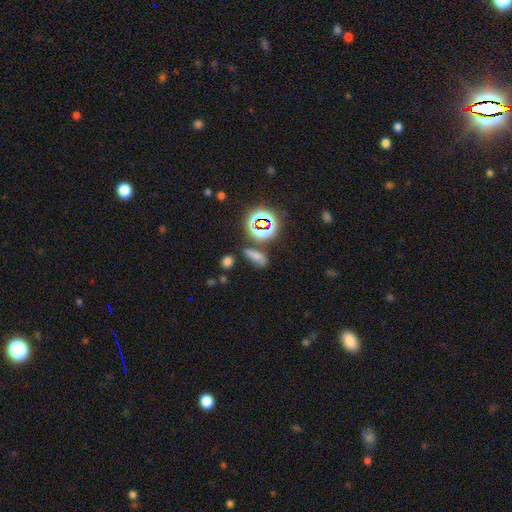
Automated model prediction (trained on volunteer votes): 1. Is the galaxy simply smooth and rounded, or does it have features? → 59% smooth, 31% star or artifact, 10% featured or disk.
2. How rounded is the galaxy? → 61% in between, 27% cigar-shaped, 12% round.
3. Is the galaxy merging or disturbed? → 65% none, 17% minor disturbance, 11% merger, 7% major disturbance.